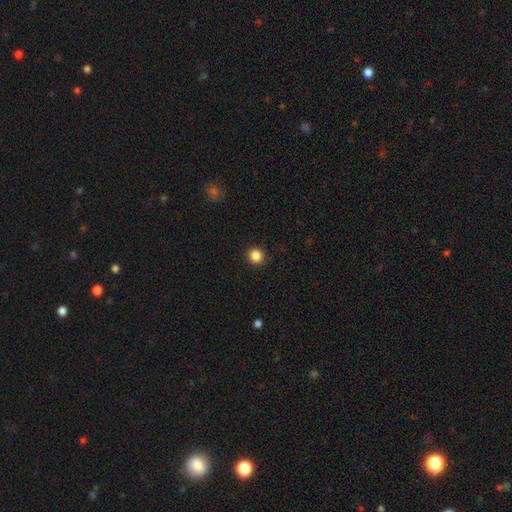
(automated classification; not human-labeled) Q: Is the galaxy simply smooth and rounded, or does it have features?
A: smooth — 86%.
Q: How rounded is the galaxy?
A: round — 93%.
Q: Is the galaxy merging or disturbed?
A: none — 92%.